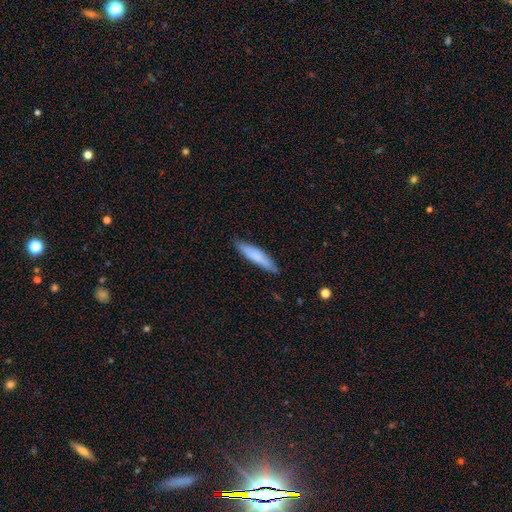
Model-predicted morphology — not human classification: smooth_or_featured: smooth (p=0.79) [alt: featured or disk p=0.16]
how_rounded: cigar-shaped (p=0.83) [alt: in between p=0.16]
merging: none (p=0.85) [alt: minor disturbance p=0.12]